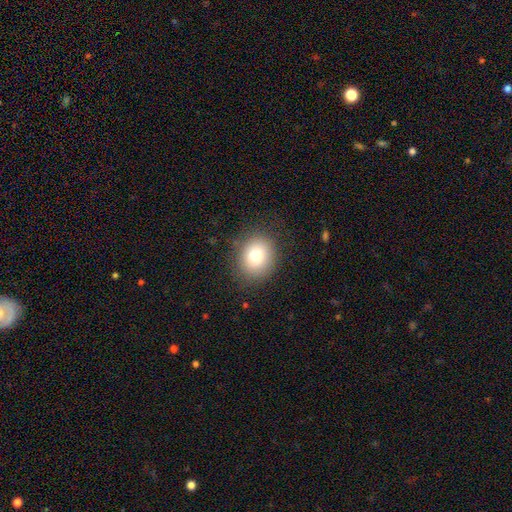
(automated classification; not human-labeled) A smooth galaxy with no disk features (81%) that is round (62%).

Vote fractions:
- Smooth or featured? smooth: 81% / star or artifact: 10% / featured or disk: 9%
- How rounded? round: 62% / in between: 37% / cigar-shaped: 1%
- Merging? none: 84% / minor disturbance: 11% / major disturbance: 4% / merger: 1%